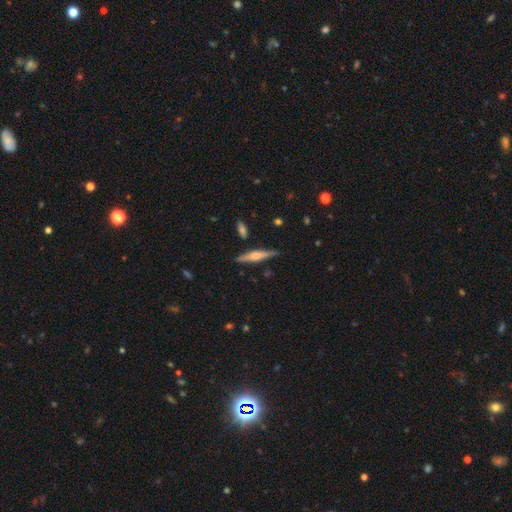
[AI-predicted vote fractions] featured or disk 62%, smooth 32%, star or artifact 6%. Down the decision tree: edge-on disk — yes (96%); edge-on bulge — rounded (70%); merging — none (83%).